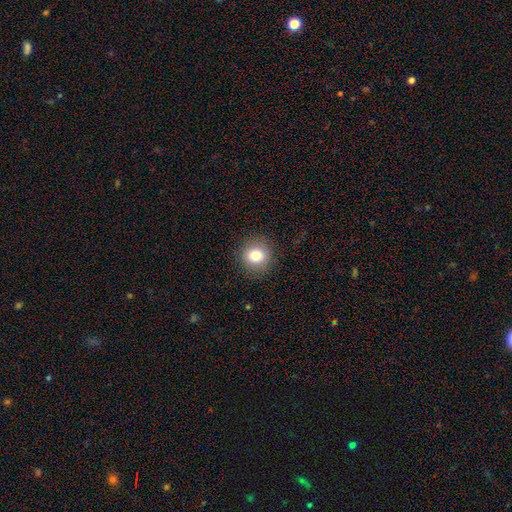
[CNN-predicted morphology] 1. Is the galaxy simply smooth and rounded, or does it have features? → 80% smooth, 11% star or artifact, 9% featured or disk.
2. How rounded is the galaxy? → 89% round, 10% in between, 1% cigar-shaped.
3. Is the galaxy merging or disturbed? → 89% none, 8% minor disturbance, 3% major disturbance, 1% merger.